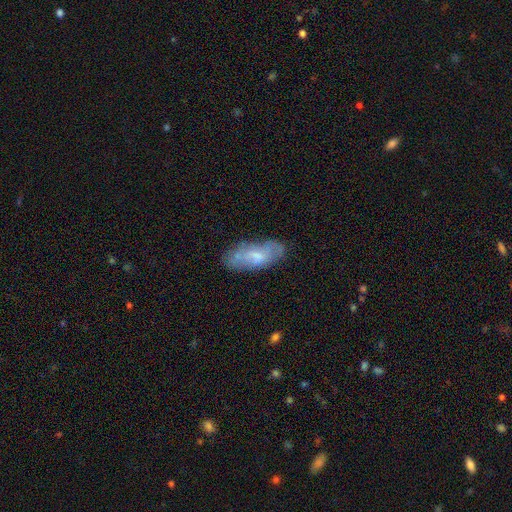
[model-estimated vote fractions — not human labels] Smooth or featured? smooth (53%)
How rounded? in between (79%)
Merging? none (68%)